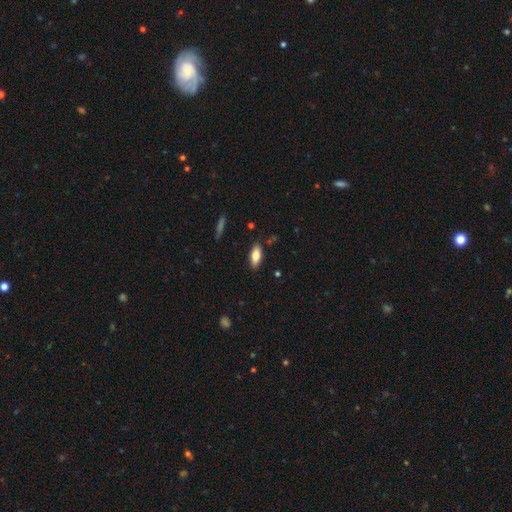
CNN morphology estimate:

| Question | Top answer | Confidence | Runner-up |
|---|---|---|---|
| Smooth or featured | smooth | 76% | featured or disk (17%) |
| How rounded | in between | 80% | cigar-shaped (18%) |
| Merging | none | 86% | minor disturbance (10%) |